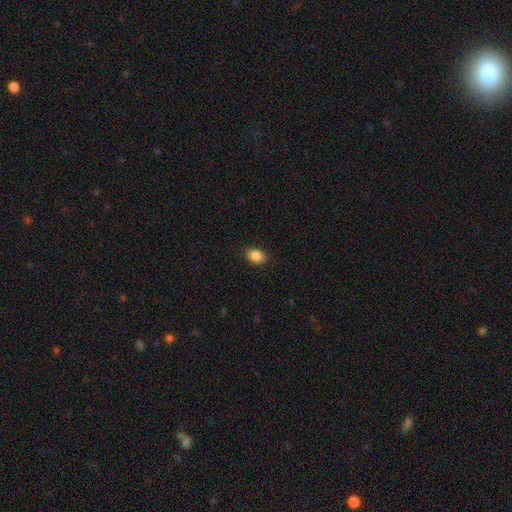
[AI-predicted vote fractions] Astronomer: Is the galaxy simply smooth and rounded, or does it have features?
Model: smooth — 87%.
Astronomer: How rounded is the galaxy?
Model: in between — 77%.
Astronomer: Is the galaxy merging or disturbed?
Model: none — 88%.